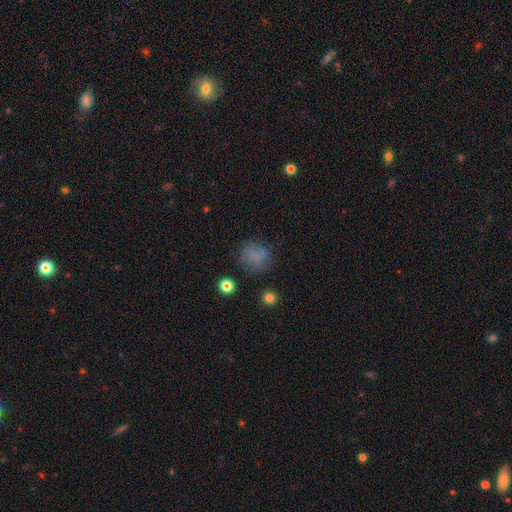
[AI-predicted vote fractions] This is likely a smooth galaxy (73%). How rounded: clearly round (83%). Merging: likely none (71%).